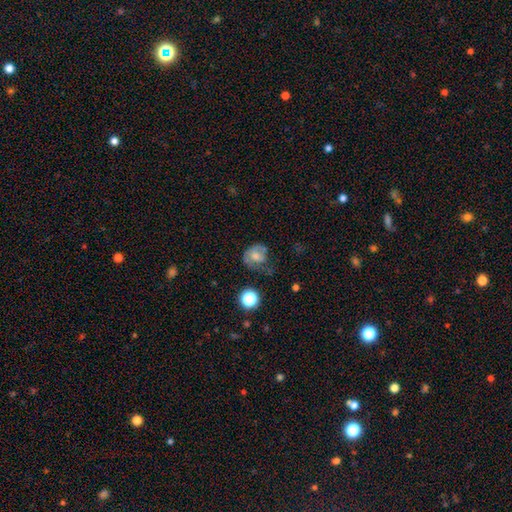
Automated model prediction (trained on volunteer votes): smooth-or-featured: smooth: 60% | featured or disk: 28% | star or artifact: 11%
  how-rounded: round: 64% | in between: 35% | cigar-shaped: 1%
  merging: none: 39% | minor disturbance: 31% | major disturbance: 25% | merger: 5%